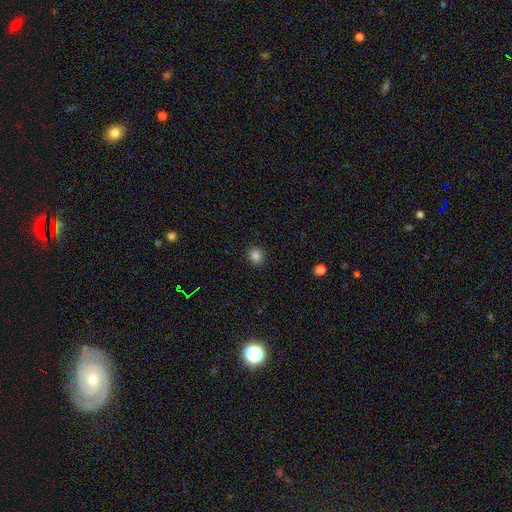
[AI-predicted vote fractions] This appears to be a smooth galaxy with no disk features (84%) that is round (72%). Merging: none (91%).